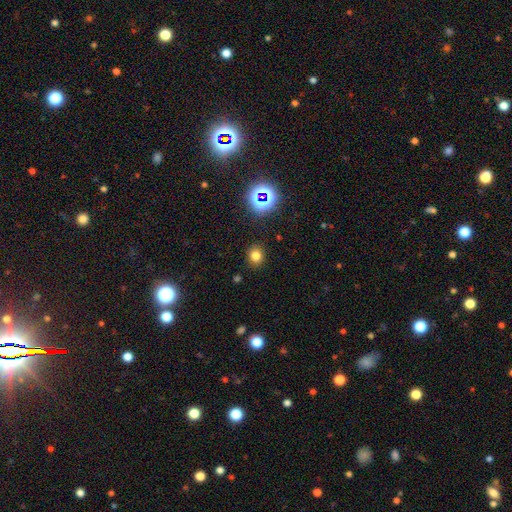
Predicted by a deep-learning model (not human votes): smooth_or_featured: smooth (p=0.75) [alt: star or artifact p=0.18]
how_rounded: round (p=0.74) [alt: in between p=0.25]
merging: none (p=0.88) [alt: minor disturbance p=0.08]